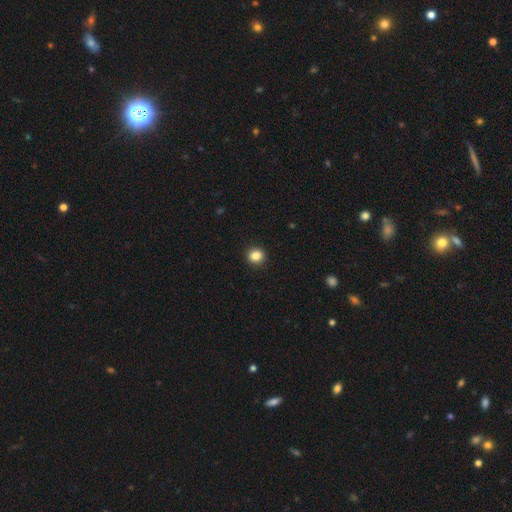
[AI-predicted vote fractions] The model was most divided on "smooth or featured": smooth: 85%, star or artifact: 11%, featured or disk: 4%. More confident: merging — none (93%); how rounded — round (87%).